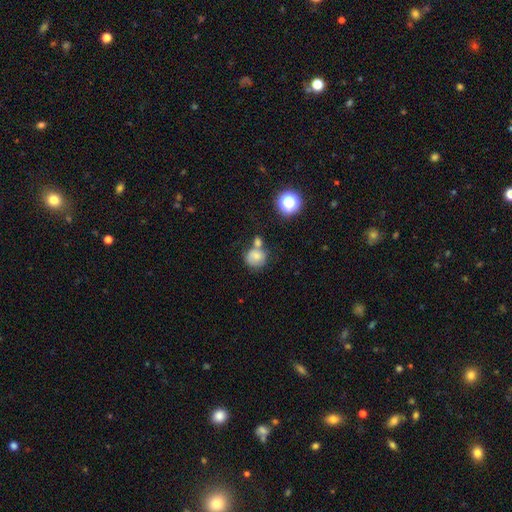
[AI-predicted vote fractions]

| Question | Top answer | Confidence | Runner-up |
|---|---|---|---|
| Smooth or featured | smooth | 74% | featured or disk (14%) |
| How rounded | round | 80% | in between (19%) |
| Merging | none | 43% | merger (37%) |